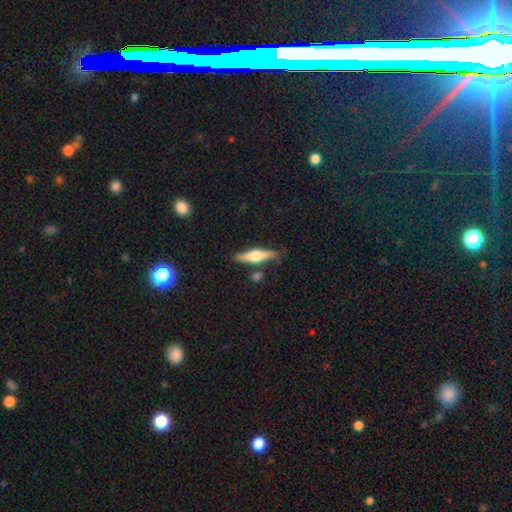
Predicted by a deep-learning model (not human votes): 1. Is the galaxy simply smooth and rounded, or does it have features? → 56% featured or disk, 37% smooth, 6% star or artifact.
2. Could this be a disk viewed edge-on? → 95% yes, 5% no.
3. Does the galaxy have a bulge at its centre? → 89% rounded, 8% boxy, 3% none.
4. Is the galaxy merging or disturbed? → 78% none, 13% minor disturbance, 6% merger, 3% major disturbance.